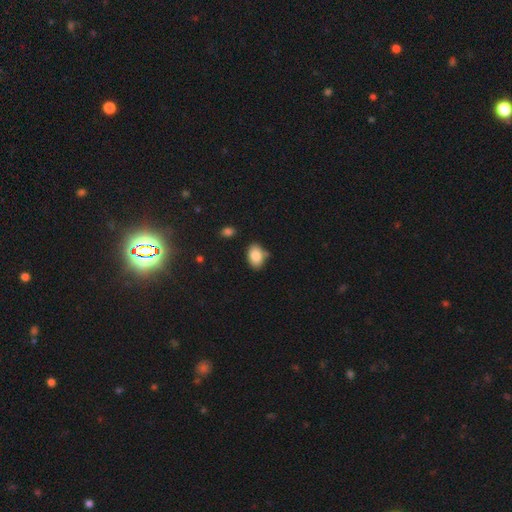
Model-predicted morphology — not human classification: A smooth galaxy with no disk features (86%) that is in between round and cigar-shaped (85%). Merging: none (71%).